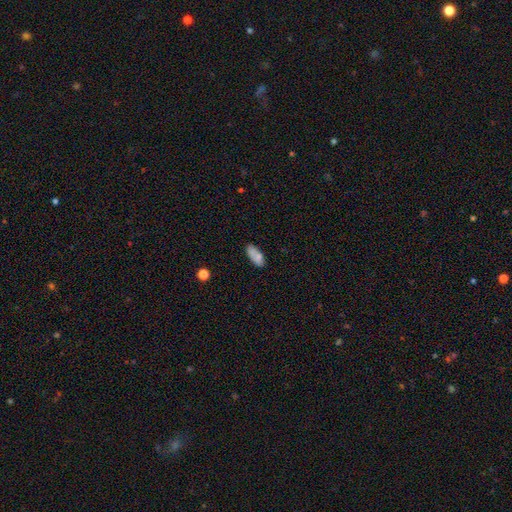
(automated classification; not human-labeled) A smooth galaxy with no disk features (77%) that is in between round and cigar-shaped (83%).

Vote fractions:
- Smooth or featured? smooth: 77% / featured or disk: 15% / star or artifact: 8%
- How rounded? in between: 83% / cigar-shaped: 14% / round: 3%
- Merging? none: 68% / minor disturbance: 18% / merger: 8% / major disturbance: 5%